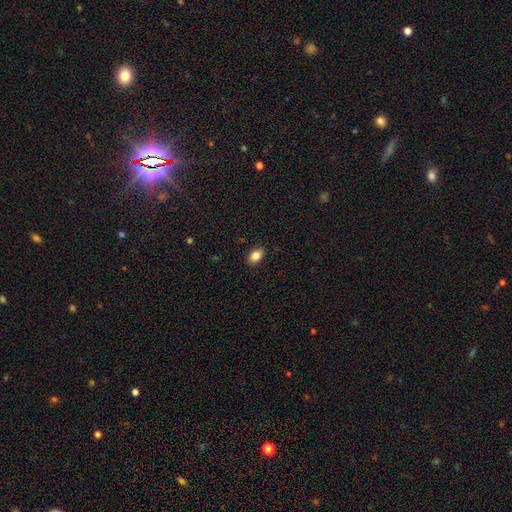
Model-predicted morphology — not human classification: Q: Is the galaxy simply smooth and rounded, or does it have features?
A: smooth — 84%.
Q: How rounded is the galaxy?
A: in between — 85%.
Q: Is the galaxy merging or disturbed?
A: none — 89%.